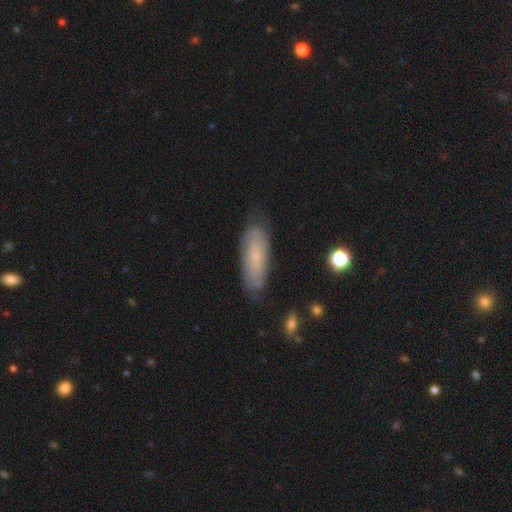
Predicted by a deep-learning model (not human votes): smooth_or_featured: smooth (p=0.54) [alt: featured or disk p=0.38]
how_rounded: in between (p=0.56) [alt: cigar-shaped p=0.42]
merging: none (p=0.74) [alt: minor disturbance p=0.19]